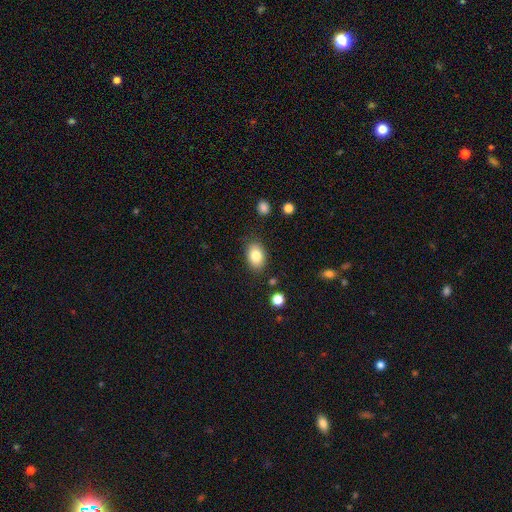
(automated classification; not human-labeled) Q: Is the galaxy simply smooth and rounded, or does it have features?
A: smooth — 83%.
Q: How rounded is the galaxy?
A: in between — 85%.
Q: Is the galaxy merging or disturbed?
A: none — 84%.